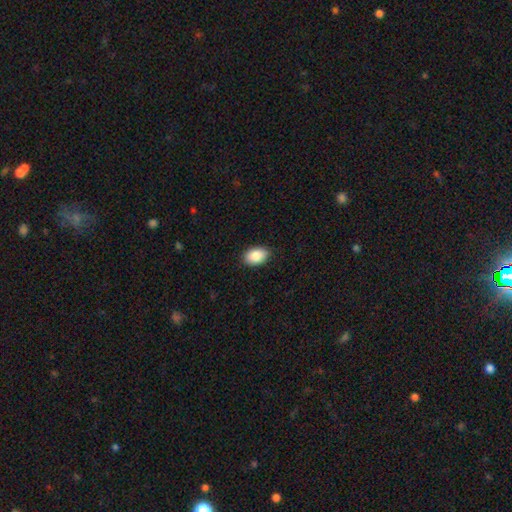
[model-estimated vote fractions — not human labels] Smooth or featured? Predicted: smooth (p=0.88). How rounded? Predicted: in between (p=0.88). Merging? Predicted: none (p=0.88).